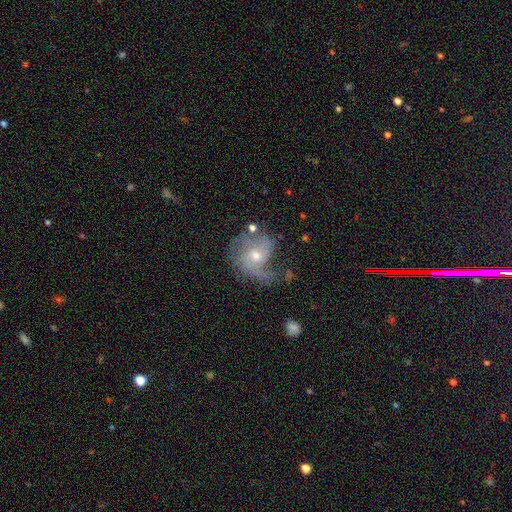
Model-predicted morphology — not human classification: featured or disk 79%, smooth 14%, star or artifact 8%. Down the decision tree: edge-on disk — no (97%); bar — no (65%); spiral arms — yes (93%); spiral arm count — 2 (44%); spiral winding — medium (42%); bulge size — moderate (48%); merging — none (46%).